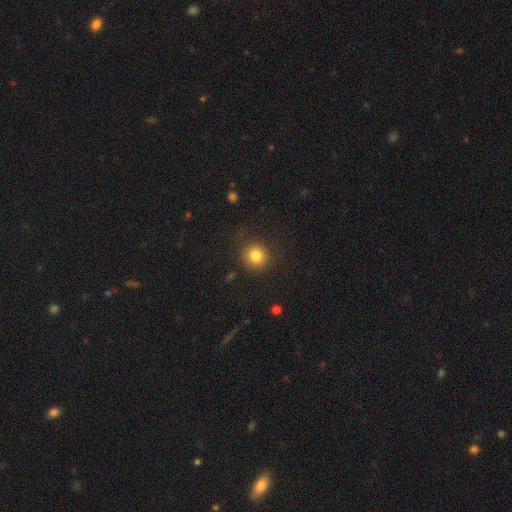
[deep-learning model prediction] This appears to be a smooth galaxy with no disk features (82%) that is round (90%). Merging: none (84%).